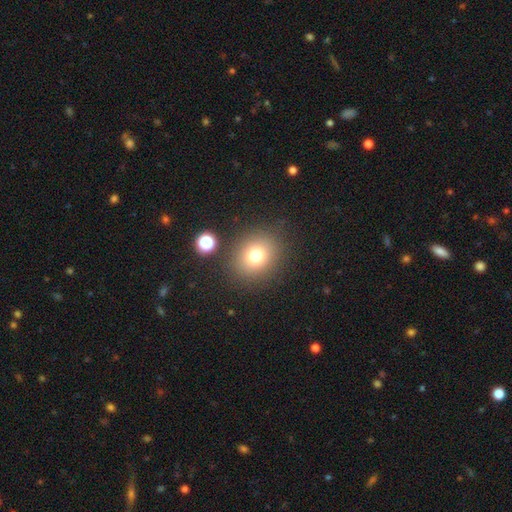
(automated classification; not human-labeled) Smooth or featured: smooth — 75% (star or artifact — 15%)
How rounded: round — 71% (in between — 28%)
Merging: none — 84% (minor disturbance — 8%)